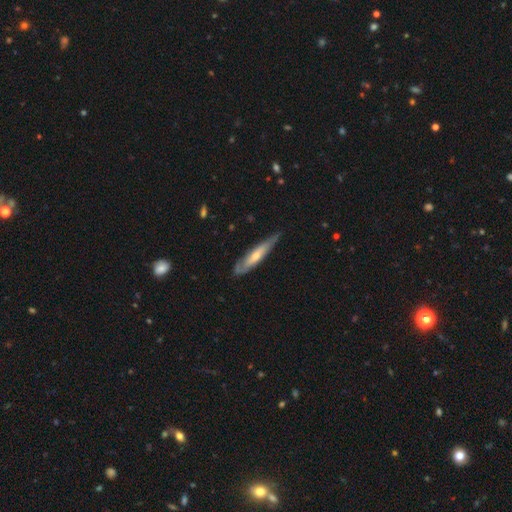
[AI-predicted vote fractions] smooth-or-featured: featured or disk: 54% | smooth: 40% | star or artifact: 5%
  disk-edge-on: yes: 62% | no: 38%
  merging: none: 63% | minor disturbance: 29% | major disturbance: 7% | merger: 2%